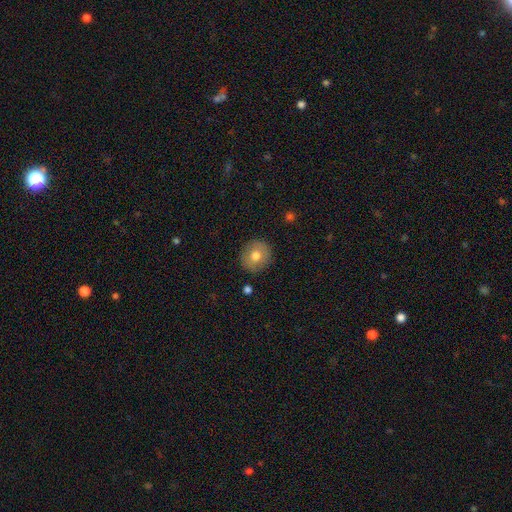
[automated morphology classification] This appears to be a smooth galaxy with no disk features (73%) that is round (89%). Merging: none (89%).